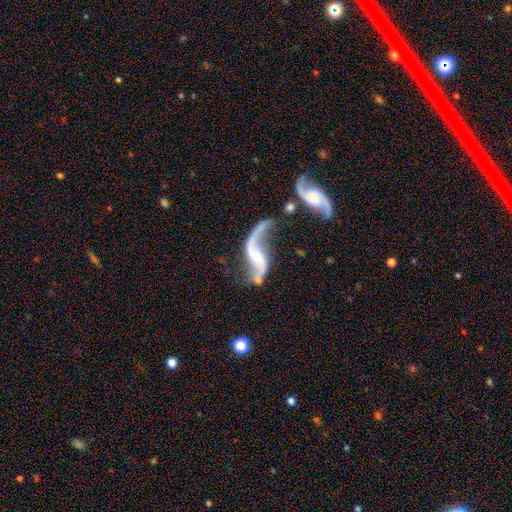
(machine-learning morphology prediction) This is clearly a featured or disk galaxy (89%). It is clearly not viewed edge-on (95%). Bar: possibly no (46%). Spiral arm pattern: clearly yes (94%). Spiral arm count: clearly 2 (91%). Spiral winding: clearly loose (88%). Central bulge: marginally small (40%). Merging: marginally none (41%).